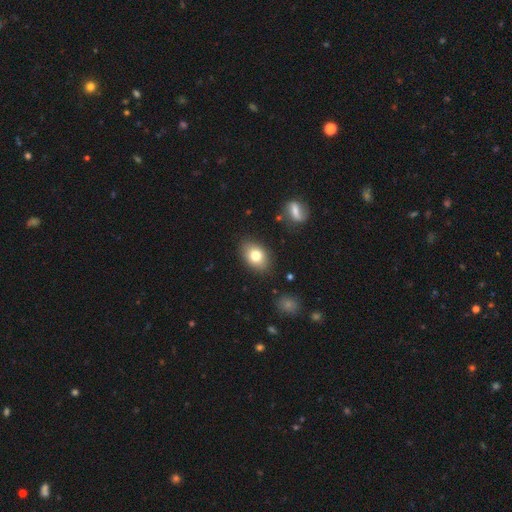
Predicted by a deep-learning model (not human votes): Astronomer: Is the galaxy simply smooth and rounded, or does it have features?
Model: smooth — 77%.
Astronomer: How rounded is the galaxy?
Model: in between — 82%.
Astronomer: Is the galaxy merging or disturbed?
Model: none — 84%.